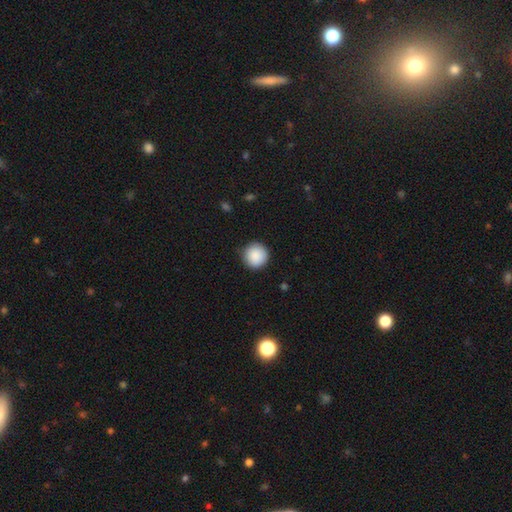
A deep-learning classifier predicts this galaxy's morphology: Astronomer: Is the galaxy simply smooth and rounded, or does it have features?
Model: smooth — 90%.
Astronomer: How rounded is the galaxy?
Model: round — 96%.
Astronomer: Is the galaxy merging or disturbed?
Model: none — 90%.